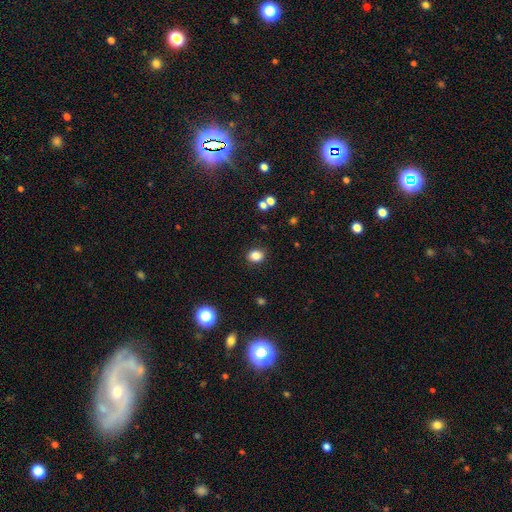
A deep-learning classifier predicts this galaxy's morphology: Smooth or featured? smooth (84%)
How rounded? round (59%)
Merging? none (88%)